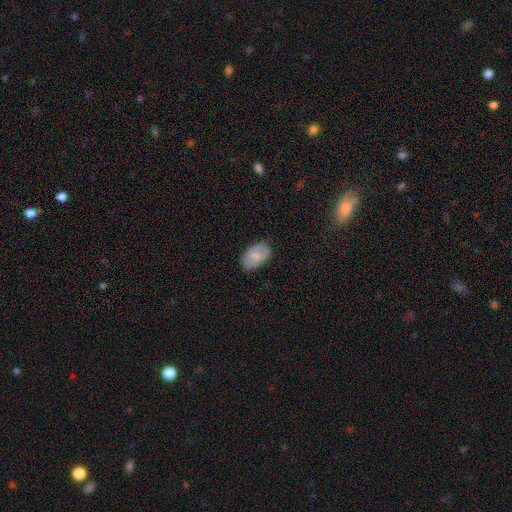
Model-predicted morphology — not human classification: type=smooth (72%); roundness=in between (92%); merging=none (81%).